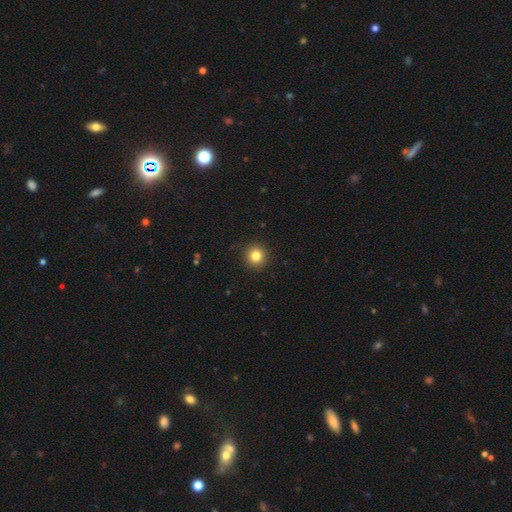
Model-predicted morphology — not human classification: Smooth or featured? smooth (82%)
How rounded? round (95%)
Merging? none (91%)